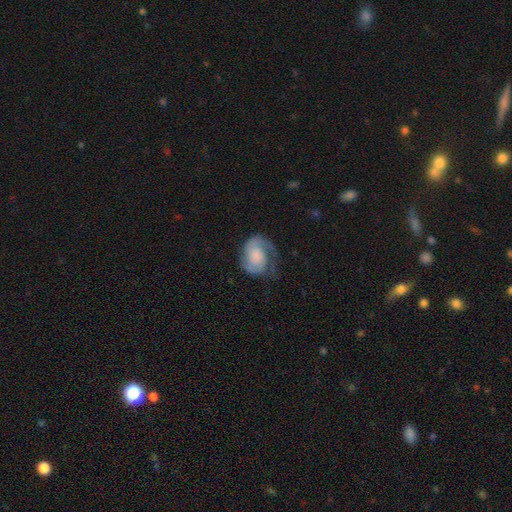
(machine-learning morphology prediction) featured or disk 74%, smooth 19%, star or artifact 6%. Down the decision tree: edge-on disk — no (98%); bar — no (71%); spiral arms — yes (94%); spiral arm count — 2 (73%); spiral winding — medium (42%); bulge size — none (32%); merging — none (56%).